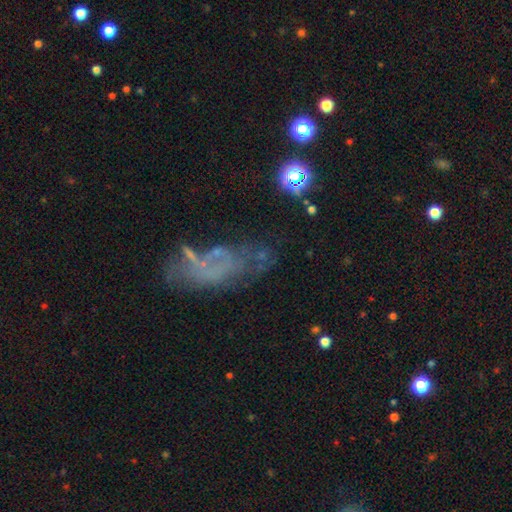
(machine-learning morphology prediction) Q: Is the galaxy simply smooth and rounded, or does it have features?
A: featured or disk — 50%.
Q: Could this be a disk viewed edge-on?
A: no — 92%.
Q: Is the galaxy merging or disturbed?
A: none — 39%.